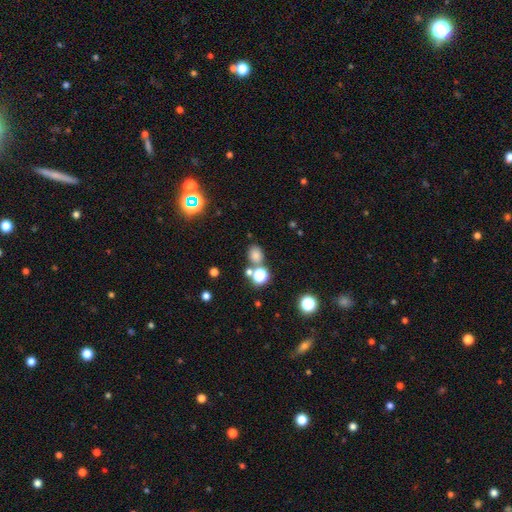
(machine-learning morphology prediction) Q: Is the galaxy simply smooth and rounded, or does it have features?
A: smooth — 72%.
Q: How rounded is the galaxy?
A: round — 52%.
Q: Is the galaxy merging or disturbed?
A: none — 66%.